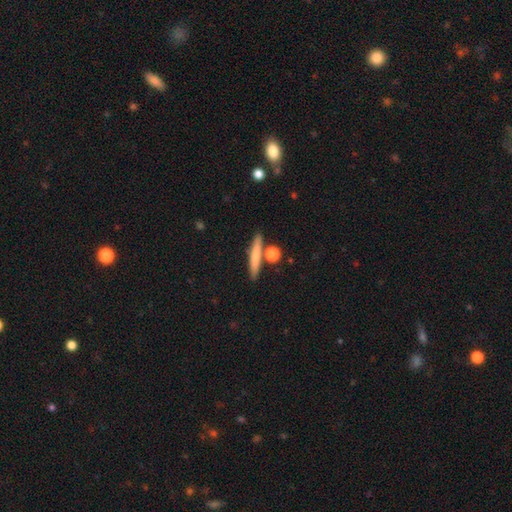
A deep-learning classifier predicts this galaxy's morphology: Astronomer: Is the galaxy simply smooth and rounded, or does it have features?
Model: smooth — 72%.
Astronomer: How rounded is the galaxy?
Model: cigar-shaped — 84%.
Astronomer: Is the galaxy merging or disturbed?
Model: none — 78%.